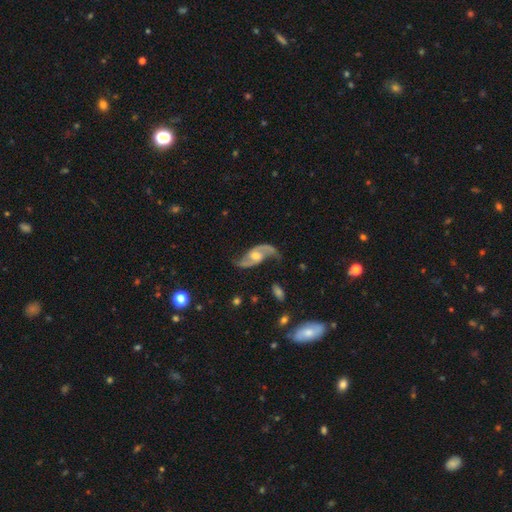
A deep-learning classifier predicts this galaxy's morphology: Overall: featured or disk (90%). Edge-on disk: no (96%). Bar: no (51%; weak 38%). Spiral arms: yes (97%). Spiral arm count: 2 (93%). Spiral winding: loose (65%; medium 28%). Bulge size: moderate (65%). Merging: none (73%).